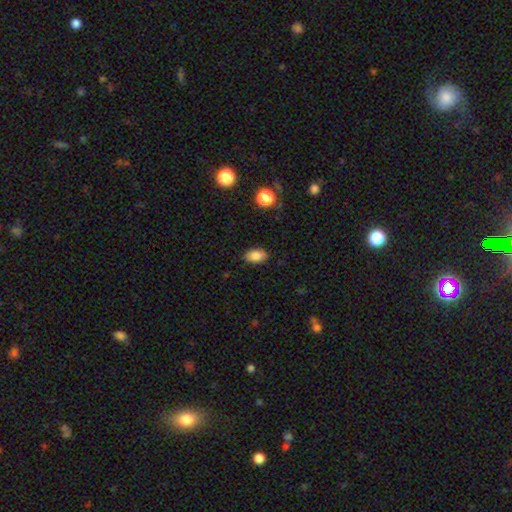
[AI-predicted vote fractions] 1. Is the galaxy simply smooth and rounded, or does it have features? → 85% smooth, 9% star or artifact, 6% featured or disk.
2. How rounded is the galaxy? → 90% in between, 9% round, 2% cigar-shaped.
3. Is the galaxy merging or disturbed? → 85% none, 11% minor disturbance, 3% major disturbance, 1% merger.